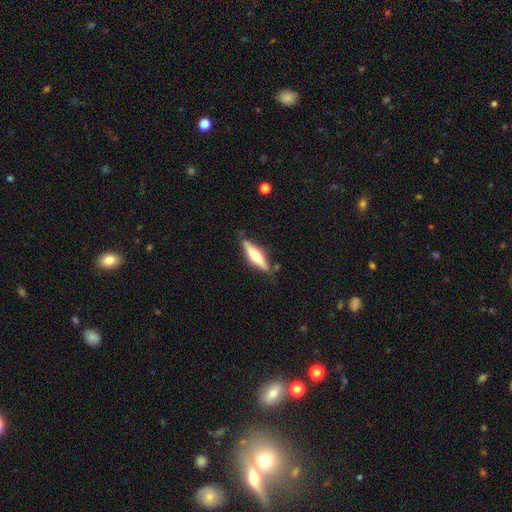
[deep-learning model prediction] Smooth or featured: featured or disk — 57% (smooth — 38%)
Edge-on disk: yes — 94% (no — 6%)
Edge-on bulge: rounded — 87% (boxy — 8%)
Merging: none — 79% (minor disturbance — 15%)